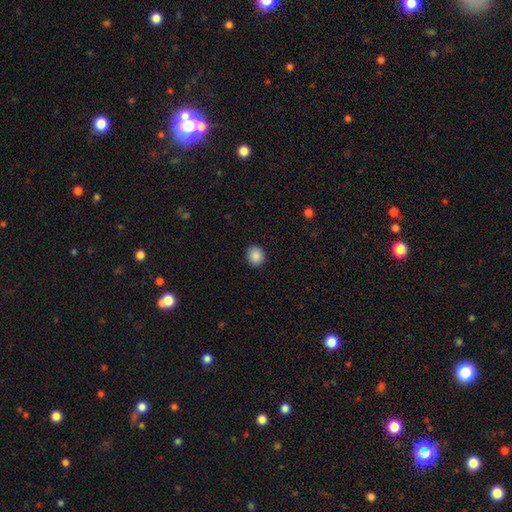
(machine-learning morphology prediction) smooth_or_featured: smooth (p=0.88) [alt: star or artifact p=0.09]
how_rounded: round (p=0.84) [alt: in between p=0.15]
merging: none (p=0.91) [alt: minor disturbance p=0.06]